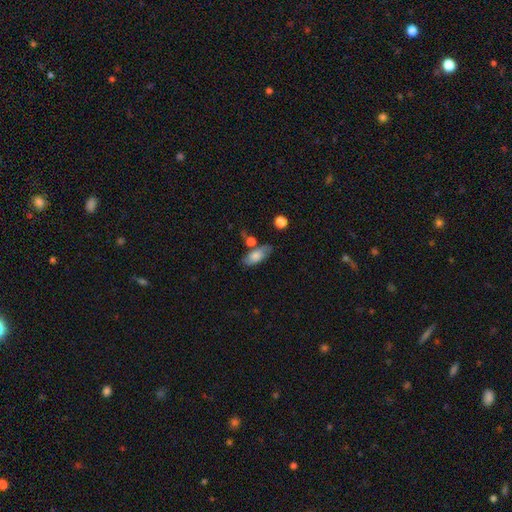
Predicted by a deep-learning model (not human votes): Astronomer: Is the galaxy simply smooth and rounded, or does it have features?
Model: smooth — 69%.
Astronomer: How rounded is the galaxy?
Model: in between — 84%.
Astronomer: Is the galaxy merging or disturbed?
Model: none — 63%.